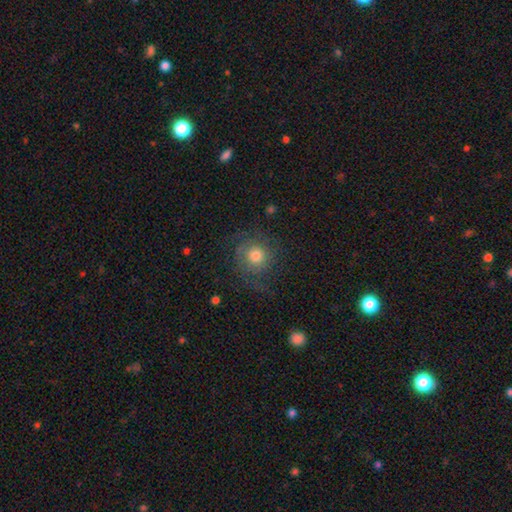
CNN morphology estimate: A smooth galaxy with no disk features (50%).

Vote fractions:
- Smooth or featured? smooth: 50% / featured or disk: 39% / star or artifact: 11%
- Merging? none: 67% / minor disturbance: 16% / major disturbance: 15% / merger: 2%